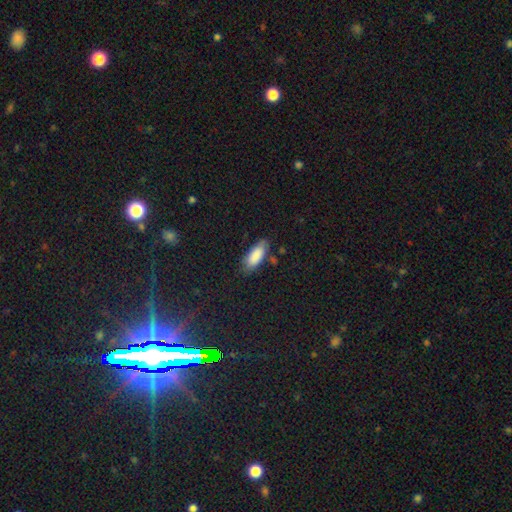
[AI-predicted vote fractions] Smooth or featured? Predicted: smooth (p=0.86). How rounded? Predicted: in between (p=0.80). Merging? Predicted: none (p=0.76).